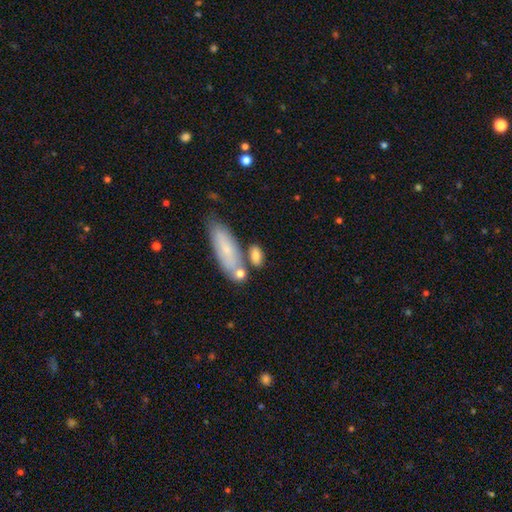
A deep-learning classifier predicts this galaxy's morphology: Smooth or featured? smooth (77%)
How rounded? in between (73%)
Merging? none (54%)